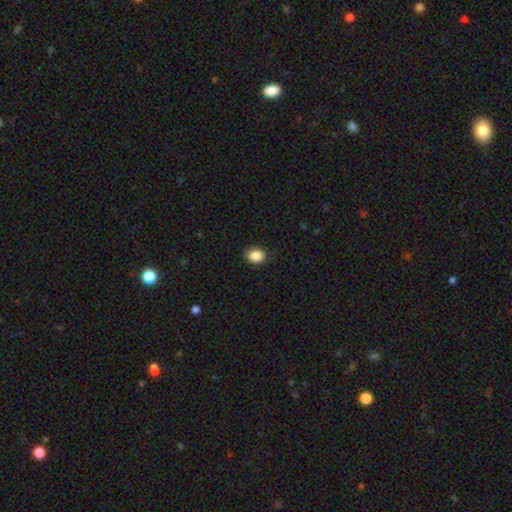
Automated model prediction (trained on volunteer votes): Smooth or featured: smooth — 88% (star or artifact — 9%)
How rounded: in between — 64% (round — 35%)
Merging: none — 87% (minor disturbance — 10%)